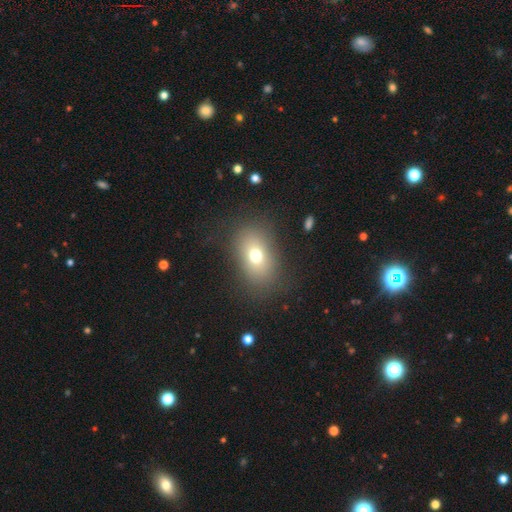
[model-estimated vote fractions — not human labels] Smooth or featured?
  - smooth: 71% *
  - featured or disk: 15%
  - star or artifact: 14%
How rounded?
  - in between: 74% *
  - round: 24%
  - cigar-shaped: 2%
Merging?
  - none: 81% *
  - minor disturbance: 11%
  - major disturbance: 7%
  - merger: 1%